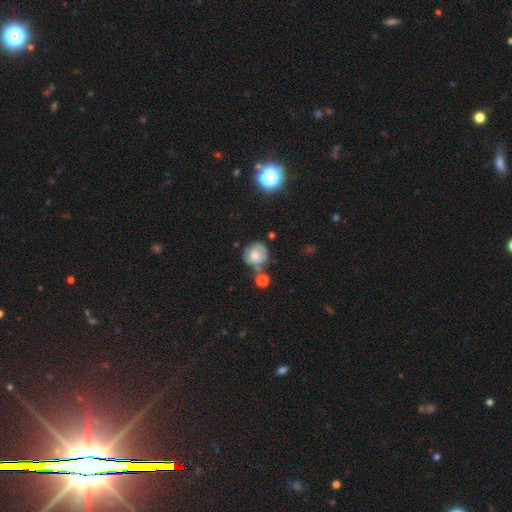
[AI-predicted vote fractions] Q: Smooth or featured?
A: smooth (52%); runner-up: featured or disk (38%)
Q: How rounded?
A: round (79%); runner-up: in between (20%)
Q: Merging?
A: none (50%); runner-up: minor disturbance (24%)